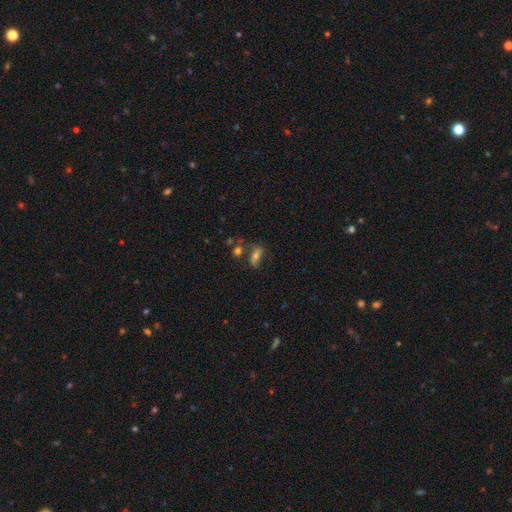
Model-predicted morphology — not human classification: Smooth or featured? smooth (52%)
How rounded? in between (71%)
Merging? none (50%)